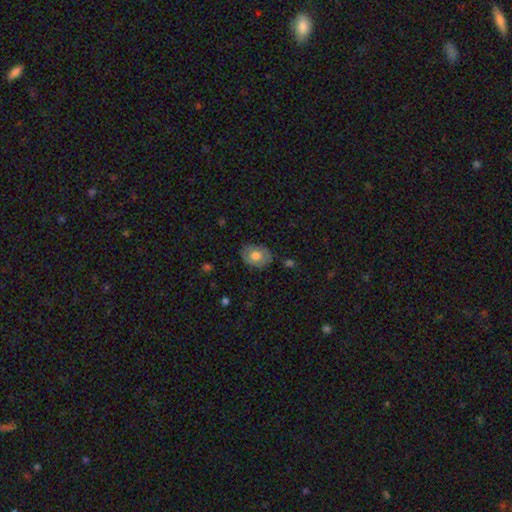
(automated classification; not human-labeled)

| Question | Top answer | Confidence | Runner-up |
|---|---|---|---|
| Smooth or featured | smooth | 62% | featured or disk (31%) |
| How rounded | in between | 73% | round (26%) |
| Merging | none | 78% | minor disturbance (17%) |